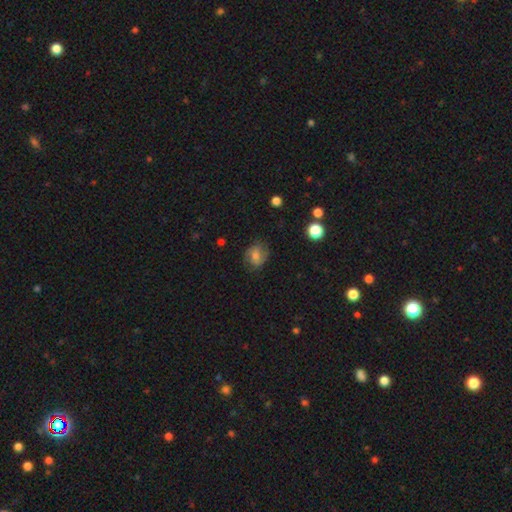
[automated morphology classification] featured or disk 50%, smooth 39%, star or artifact 11%. Down the decision tree: edge-on disk — no (97%); merging — none (75%).